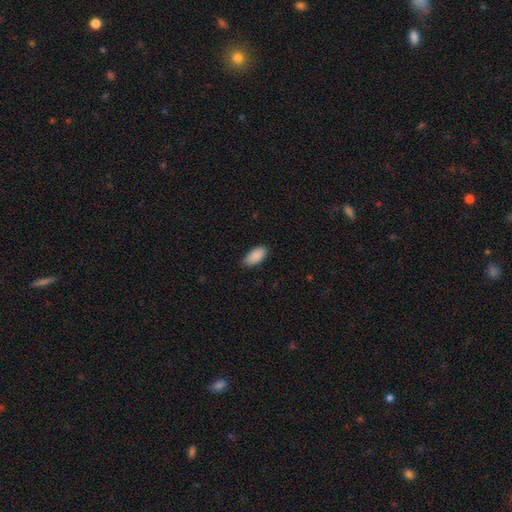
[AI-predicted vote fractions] Smooth or featured: smooth — 90% (star or artifact — 6%)
How rounded: in between — 94% (cigar-shaped — 5%)
Merging: none — 85% (minor disturbance — 12%)